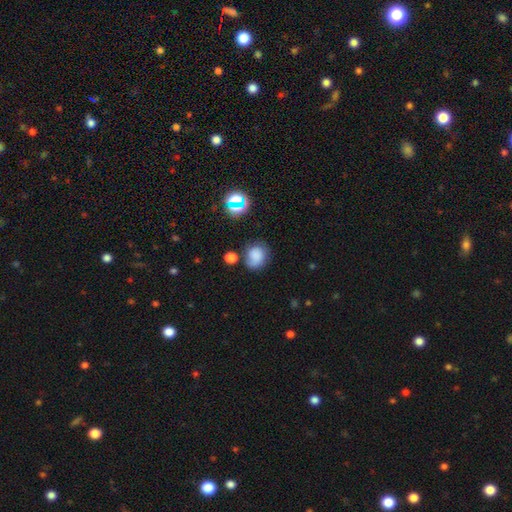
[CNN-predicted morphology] This appears to be a smooth galaxy with no disk features (70%) that is round (66%). Merging: none (57%).